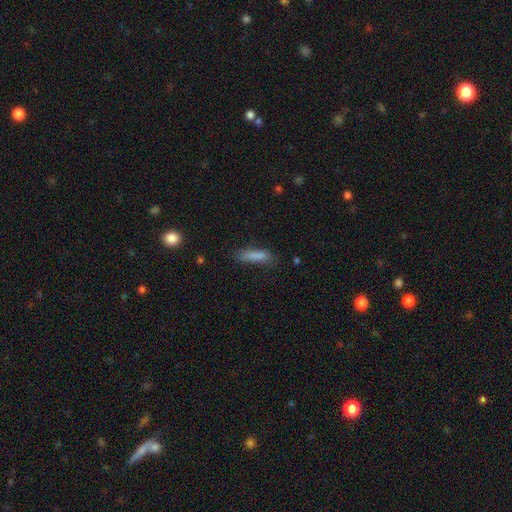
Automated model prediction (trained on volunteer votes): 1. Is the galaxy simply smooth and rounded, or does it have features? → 83% smooth, 9% featured or disk, 8% star or artifact.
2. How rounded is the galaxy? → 66% cigar-shaped, 32% in between, 2% round.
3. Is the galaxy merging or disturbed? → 67% none, 23% minor disturbance, 7% major disturbance, 2% merger.